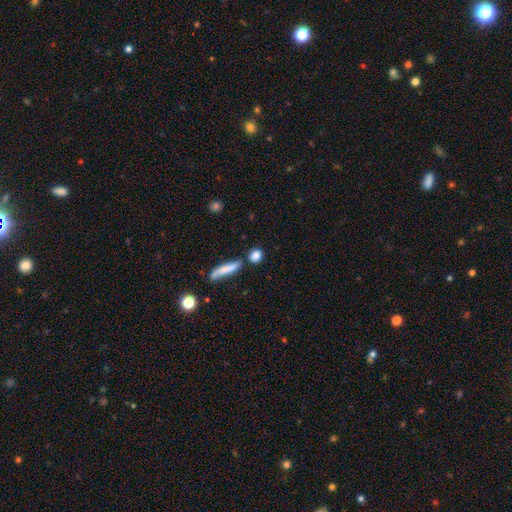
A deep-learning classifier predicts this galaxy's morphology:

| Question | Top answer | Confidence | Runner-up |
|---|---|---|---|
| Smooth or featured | smooth | 84% | star or artifact (8%) |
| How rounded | round | 62% | in between (25%) |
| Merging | none | 73% | merger (12%) |